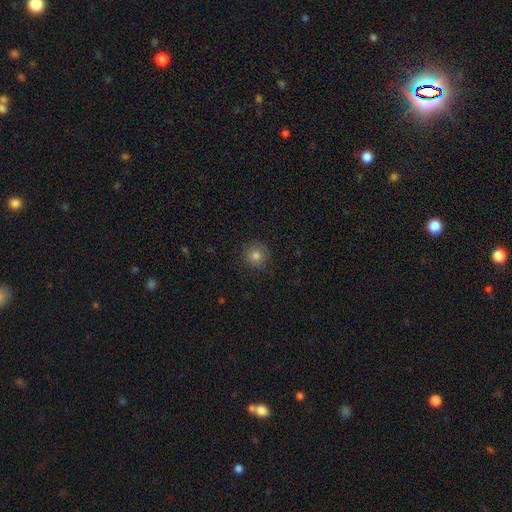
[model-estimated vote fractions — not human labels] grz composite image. It shows a smooth galaxy with no disk features (80%) that is round (94%). Merging: none (88%).